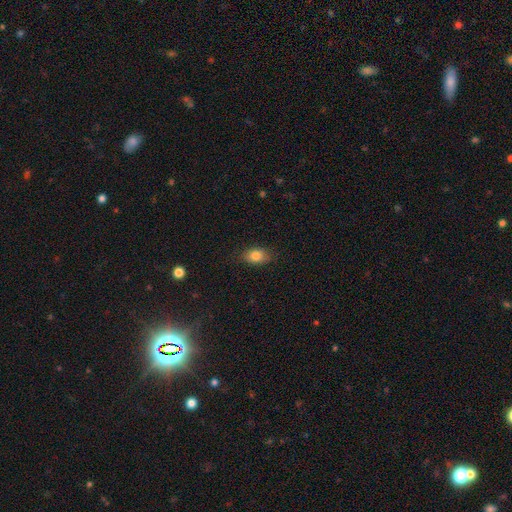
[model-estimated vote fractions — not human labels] smooth-or-featured: smooth: 82% | star or artifact: 9% | featured or disk: 9%
  how-rounded: in between: 79% | round: 19% | cigar-shaped: 2%
  merging: none: 81% | minor disturbance: 15% | major disturbance: 3% | merger: 1%